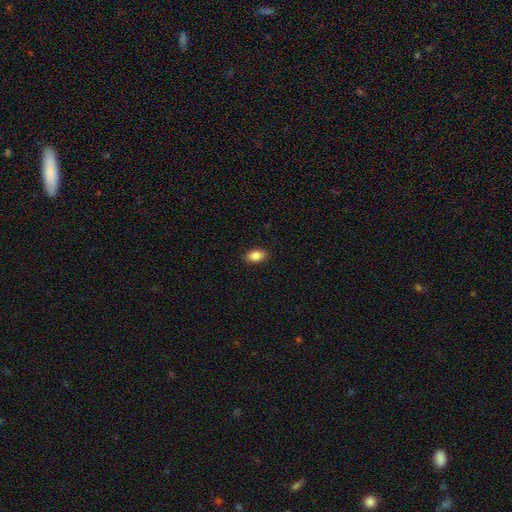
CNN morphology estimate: Smooth or featured?
  - smooth: 87% *
  - star or artifact: 8%
  - featured or disk: 5%
How rounded?
  - in between: 91% *
  - round: 7%
  - cigar-shaped: 3%
Merging?
  - none: 88% *
  - minor disturbance: 9%
  - major disturbance: 2%
  - merger: 1%